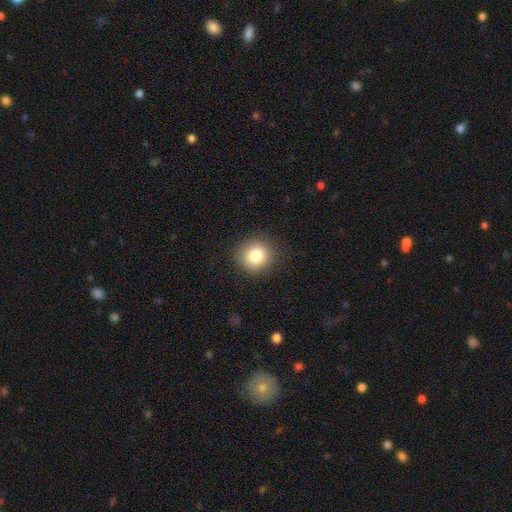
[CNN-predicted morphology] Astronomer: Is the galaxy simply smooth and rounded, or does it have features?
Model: smooth — 83%.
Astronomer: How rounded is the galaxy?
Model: round — 89%.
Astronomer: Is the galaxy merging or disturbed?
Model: none — 89%.